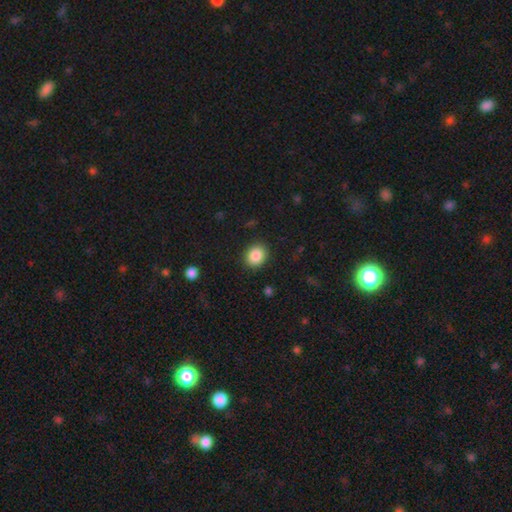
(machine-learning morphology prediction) The model was most divided on "how rounded": round: 66%, in between: 34%, cigar-shaped: 1%. More confident: merging — none (89%); smooth or featured — smooth (87%).